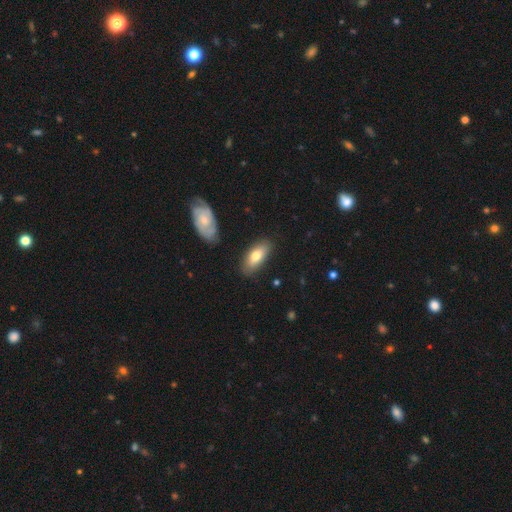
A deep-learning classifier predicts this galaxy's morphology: A smooth galaxy with no disk features (71%) that is in between round and cigar-shaped (83%). Merging: none (80%).